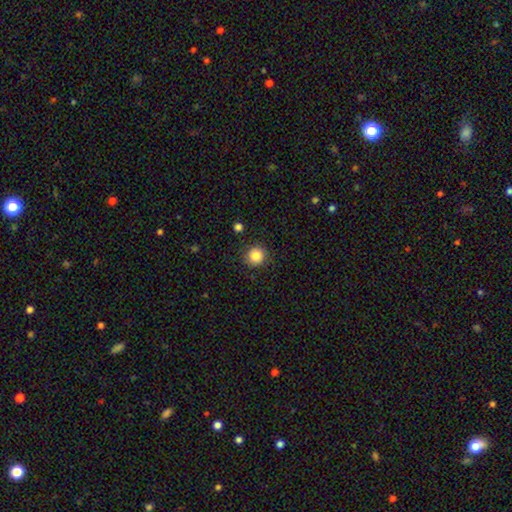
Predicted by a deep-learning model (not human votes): Smooth or featured? smooth (85%)
How rounded? round (93%)
Merging? none (89%)